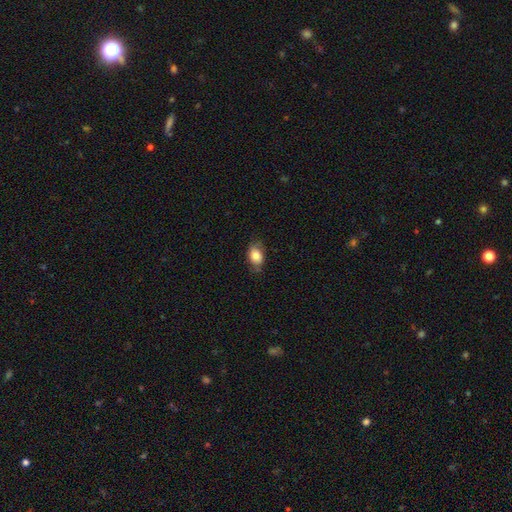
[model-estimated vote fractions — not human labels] smooth-or-featured: smooth: 81% | featured or disk: 11% | star or artifact: 8%
  how-rounded: in between: 79% | round: 20% | cigar-shaped: 2%
  merging: none: 70% | minor disturbance: 23% | major disturbance: 5% | merger: 1%